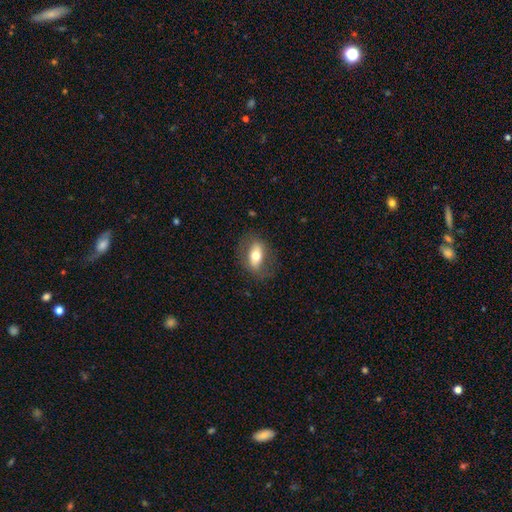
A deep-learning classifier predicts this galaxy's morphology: A smooth galaxy with no disk features (59%) that is in between round and cigar-shaped (83%). Merging: none (78%).